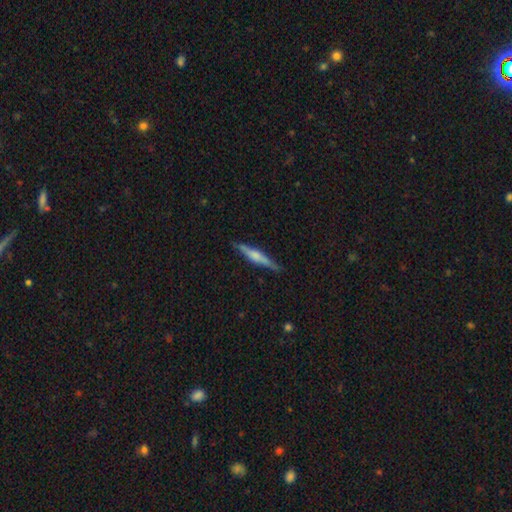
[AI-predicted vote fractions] featured or disk 63%, smooth 31%, star or artifact 6%. Down the decision tree: edge-on disk — yes (97%); edge-on bulge — rounded (64%); merging — none (87%).